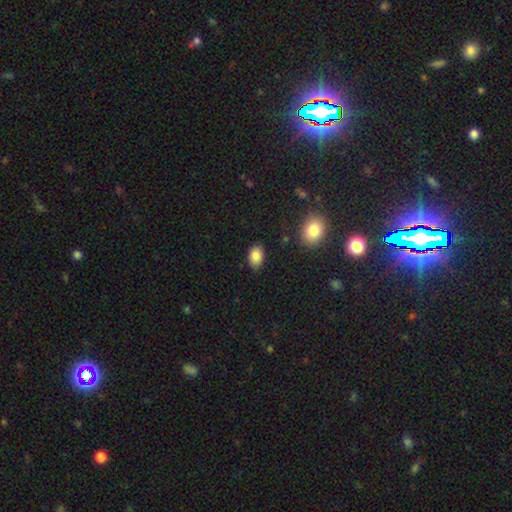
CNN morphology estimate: smooth-or-featured: smooth: 85% | star or artifact: 9% | featured or disk: 6%
  how-rounded: in between: 83% | round: 16% | cigar-shaped: 1%
  merging: none: 83% | minor disturbance: 12% | major disturbance: 2% | merger: 2%